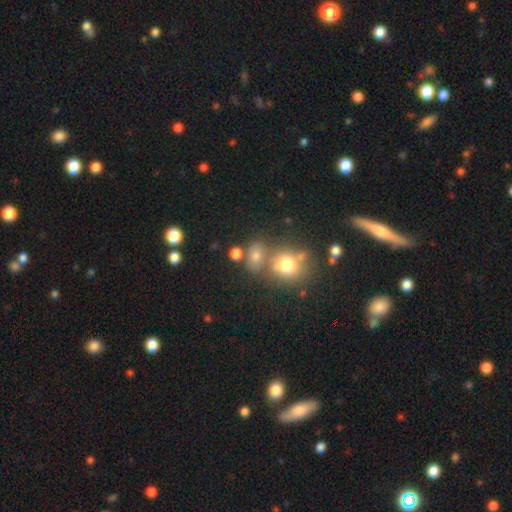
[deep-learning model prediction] The model was most divided on "how rounded": round: 52%, in between: 46%, cigar-shaped: 2%. More confident: smooth or featured — smooth (65%); merging — none (51%).